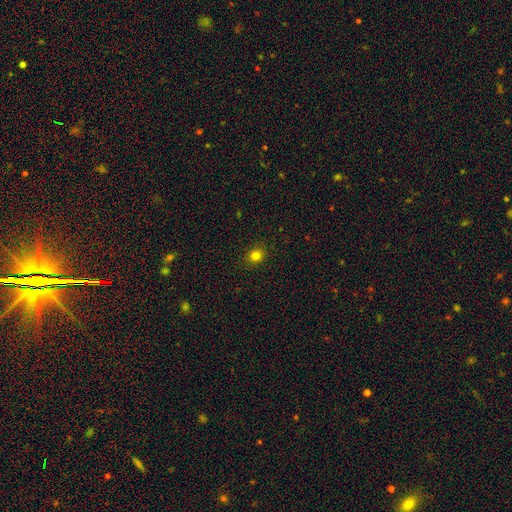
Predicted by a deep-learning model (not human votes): Overall: smooth (80%). How rounded: round (73%). Merging: none (89%).